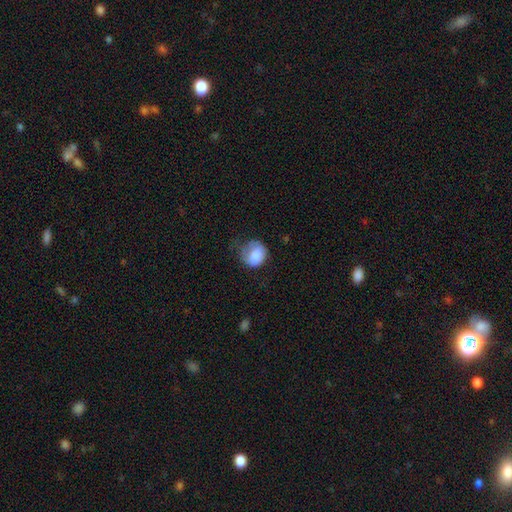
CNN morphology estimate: type=smooth (78%); roundness=round (62%); merging=none (36%).